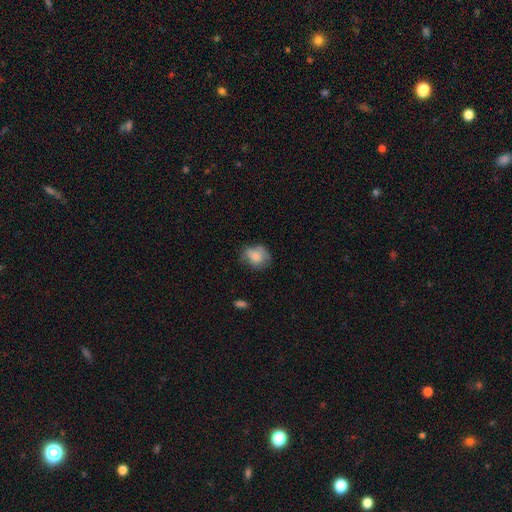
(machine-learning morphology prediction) Overall: smooth (74%). How rounded: round (53%; in between 46%). Merging: none (50%; minor disturbance 33%).